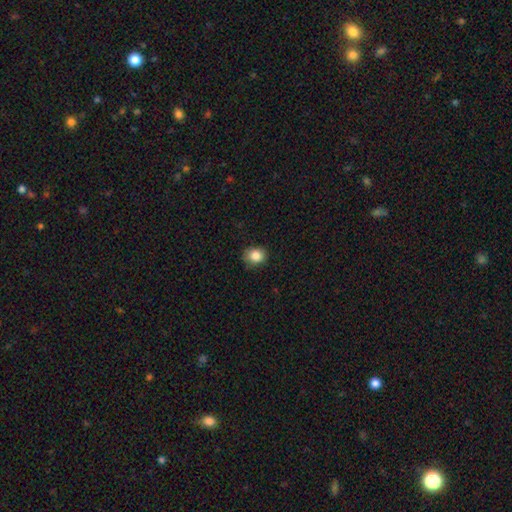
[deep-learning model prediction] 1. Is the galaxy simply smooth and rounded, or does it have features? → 85% smooth, 10% star or artifact, 5% featured or disk.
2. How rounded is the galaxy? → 67% round, 32% in between, 1% cigar-shaped.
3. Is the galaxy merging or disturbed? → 79% none, 17% minor disturbance, 3% major disturbance, 1% merger.